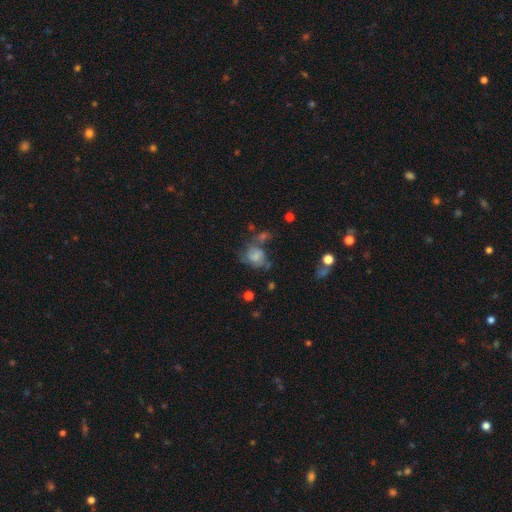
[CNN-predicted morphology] smooth-or-featured: smooth: 47% | featured or disk: 40% | star or artifact: 13%
  merging: none: 33% | major disturbance: 28% | minor disturbance: 22% | merger: 17%